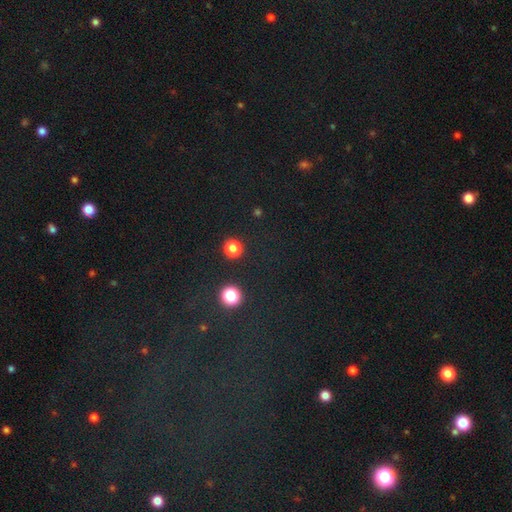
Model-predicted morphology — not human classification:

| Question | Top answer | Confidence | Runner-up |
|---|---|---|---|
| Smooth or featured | star or artifact | 74% | smooth (17%) |